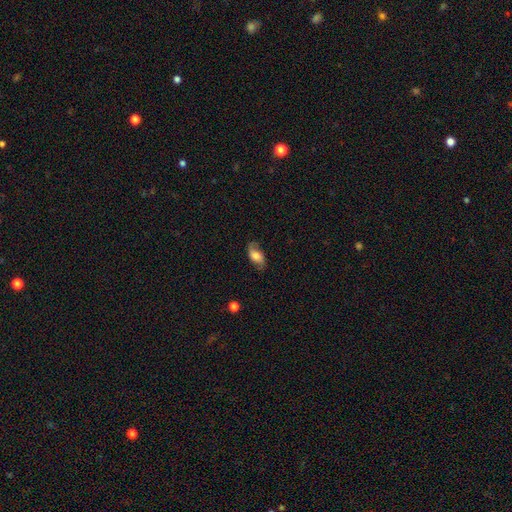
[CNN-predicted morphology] smooth_or_featured: smooth (p=0.52) [alt: featured or disk p=0.39]
how_rounded: in between (p=0.88) [alt: round p=0.07]
merging: none (p=0.67) [alt: minor disturbance p=0.23]